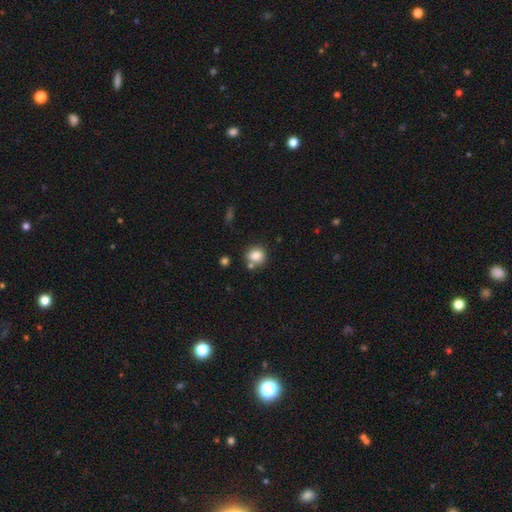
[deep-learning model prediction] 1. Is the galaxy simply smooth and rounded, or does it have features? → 84% smooth, 10% star or artifact, 6% featured or disk.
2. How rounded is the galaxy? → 77% round, 22% in between, 1% cigar-shaped.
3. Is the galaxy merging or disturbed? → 66% none, 16% merger, 13% minor disturbance, 4% major disturbance.